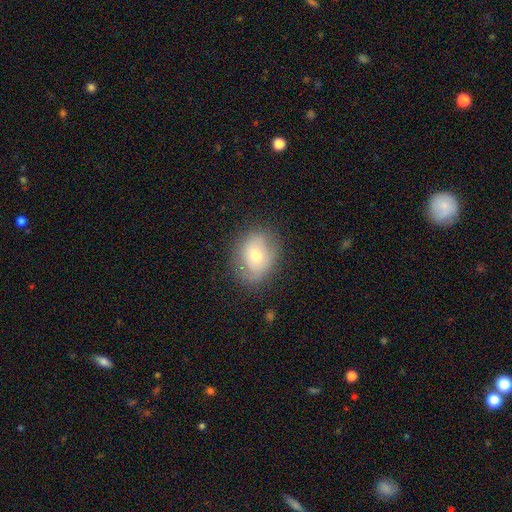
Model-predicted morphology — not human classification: Q: Smooth or featured?
A: smooth (61%); runner-up: featured or disk (30%)
Q: How rounded?
A: in between (53%); runner-up: round (46%)
Q: Merging?
A: none (76%); runner-up: minor disturbance (17%)